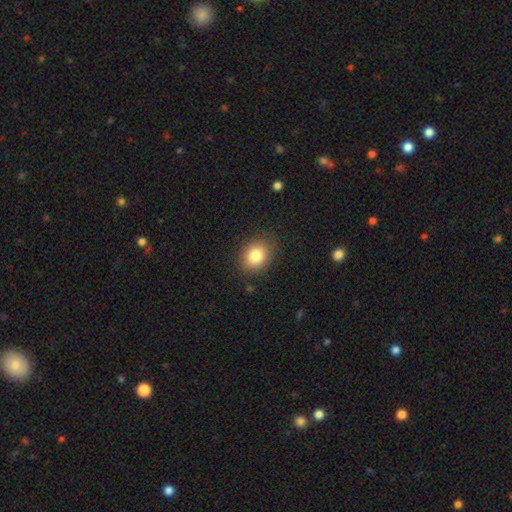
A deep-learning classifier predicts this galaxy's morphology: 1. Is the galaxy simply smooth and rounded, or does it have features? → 83% smooth, 9% star or artifact, 7% featured or disk.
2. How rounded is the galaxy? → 57% round, 42% in between, 1% cigar-shaped.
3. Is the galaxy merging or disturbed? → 85% none, 10% minor disturbance, 3% major disturbance, 1% merger.